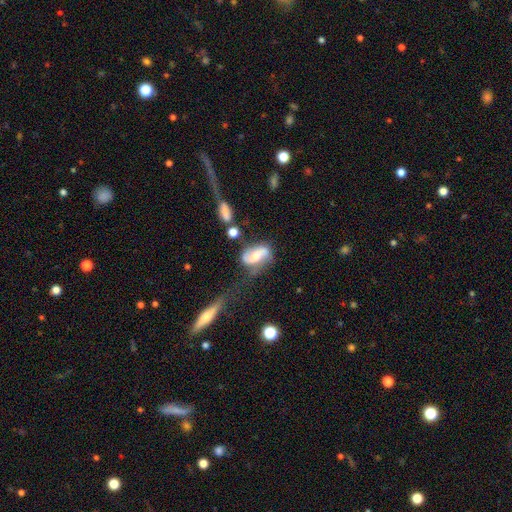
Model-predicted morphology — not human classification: The model was most divided on "bar": weak: 38%, no: 34%, strong: 27%. Remaining: edge-on disk — no (95%); spiral arms — yes (90%); spiral arm count — 2 (88%); smooth or featured — featured or disk (73%); bulge size — moderate (59%); spiral winding — loose (50%); merging — none (49%).